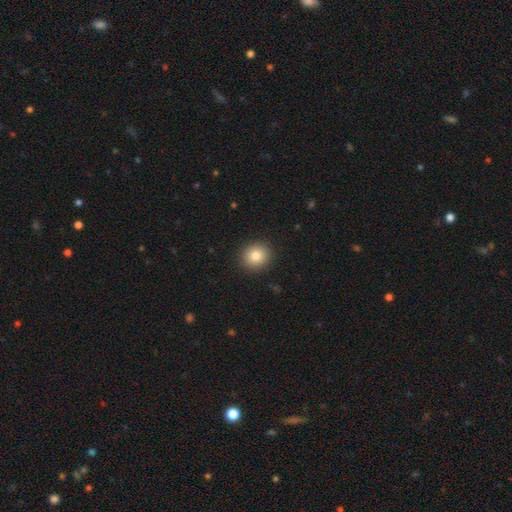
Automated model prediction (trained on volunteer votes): Q: Smooth or featured?
A: smooth (84%); runner-up: star or artifact (10%)
Q: How rounded?
A: round (84%); runner-up: in between (15%)
Q: Merging?
A: none (91%); runner-up: minor disturbance (6%)